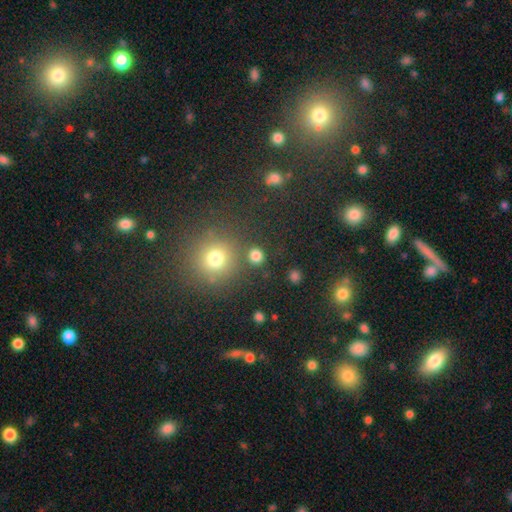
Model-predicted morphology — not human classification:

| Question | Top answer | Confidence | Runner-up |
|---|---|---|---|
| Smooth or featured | smooth | 79% | star or artifact (16%) |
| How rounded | round | 88% | in between (11%) |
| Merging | none | 82% | merger (8%) |